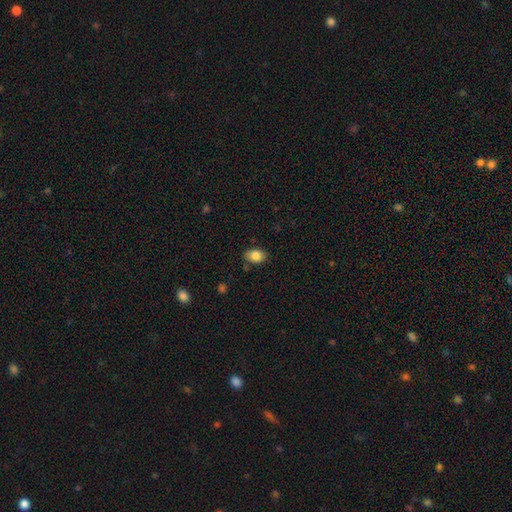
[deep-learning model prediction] This is clearly a smooth galaxy (85%). How rounded: likely in between (79%). Merging: clearly none (82%).